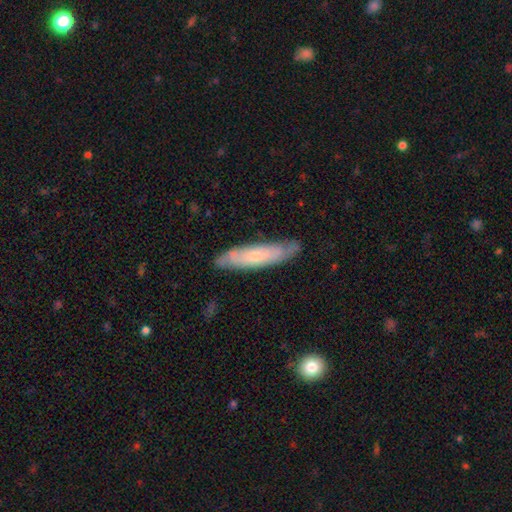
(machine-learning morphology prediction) A featured or disk galaxy (51%). Merging: none (74%).